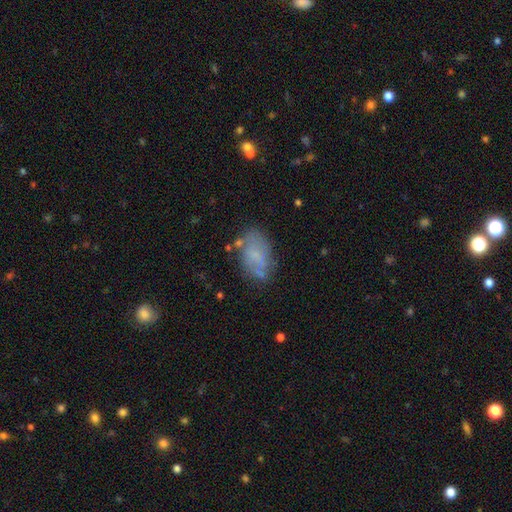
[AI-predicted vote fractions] Smooth or featured? Predicted: smooth (p=0.55). How rounded? Predicted: in between (p=0.91). Merging? Predicted: none (p=0.59).